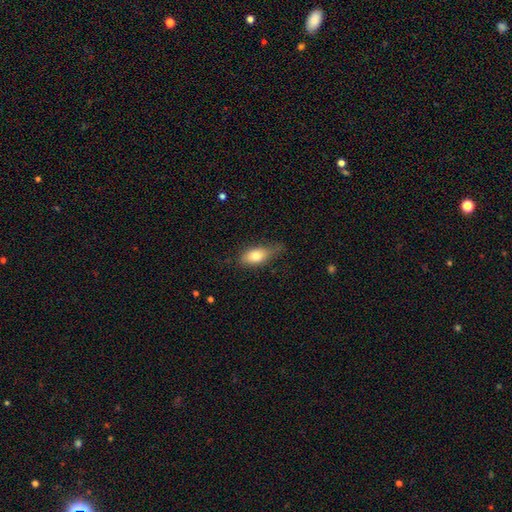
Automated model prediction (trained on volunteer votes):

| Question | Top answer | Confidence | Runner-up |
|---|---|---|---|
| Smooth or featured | smooth | 75% | featured or disk (18%) |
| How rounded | in between | 83% | cigar-shaped (12%) |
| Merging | none | 58% | minor disturbance (31%) |